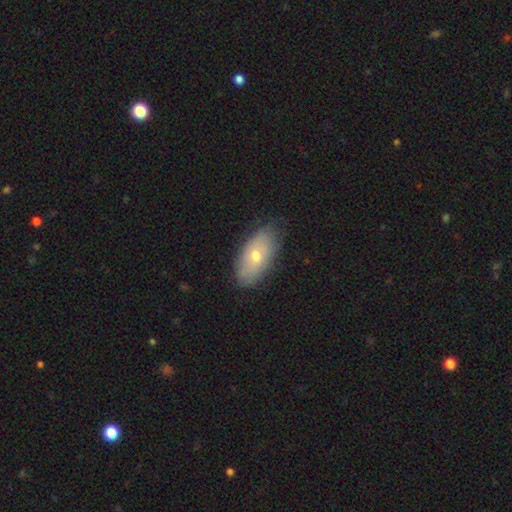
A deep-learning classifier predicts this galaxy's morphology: This is likely a smooth galaxy (64%). How rounded: clearly in between (90%). Merging: likely none (79%).